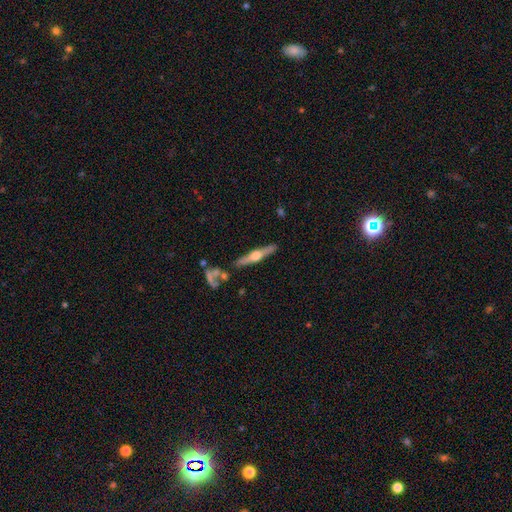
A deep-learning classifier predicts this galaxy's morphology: type=featured or disk (73%); edge-on=yes (97%); edge-on bulge=rounded (94%); merging=none (83%).